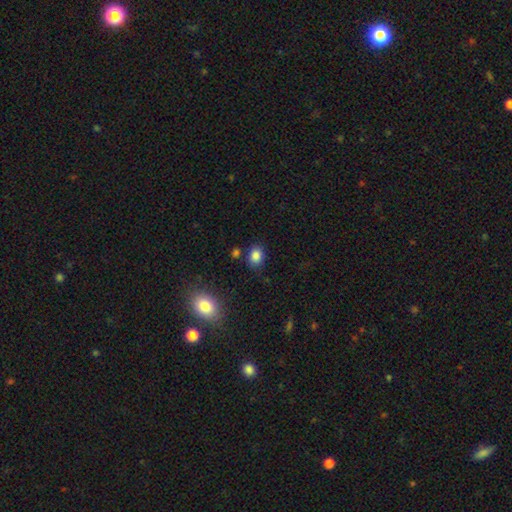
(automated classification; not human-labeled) Smooth or featured: smooth — 84% (star or artifact — 11%)
How rounded: in between — 58% (round — 41%)
Merging: none — 78% (minor disturbance — 13%)